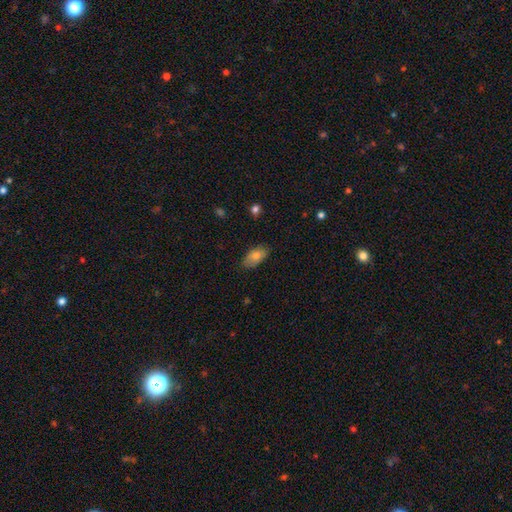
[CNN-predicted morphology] smooth_or_featured: smooth (p=0.78) [alt: featured or disk p=0.15]
how_rounded: in between (p=0.92) [alt: cigar-shaped p=0.04]
merging: none (p=0.79) [alt: minor disturbance p=0.17]